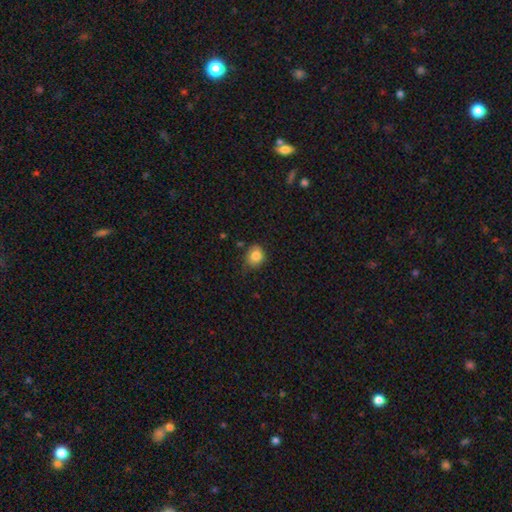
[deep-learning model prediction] Smooth or featured? Predicted: smooth (p=0.84). How rounded? Predicted: round (p=0.71). Merging? Predicted: none (p=0.71).